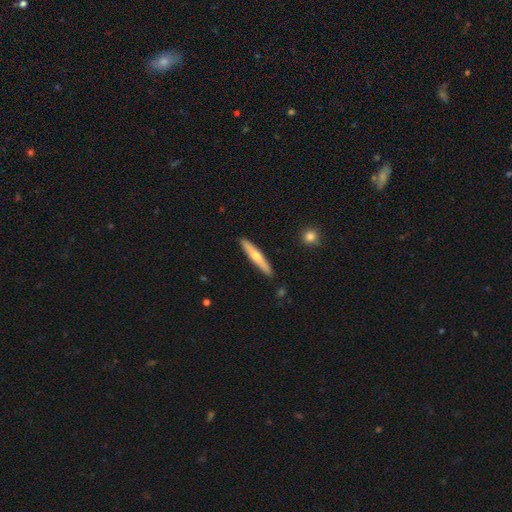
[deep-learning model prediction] smooth-or-featured: smooth: 49% | featured or disk: 46% | star or artifact: 5%
  merging: none: 90% | minor disturbance: 8% | merger: 1% | major disturbance: 1%